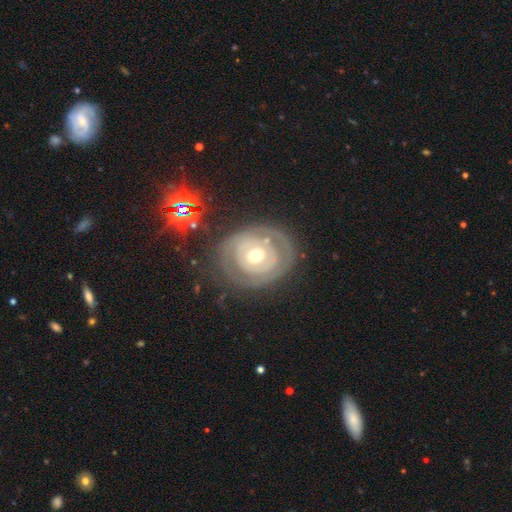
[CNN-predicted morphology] Overall: featured or disk (70%). Edge-on disk: no (96%). Bar: no (78%). Spiral arms: no (59%; yes 41%). Bulge size: moderate (72%). Merging: none (69%).